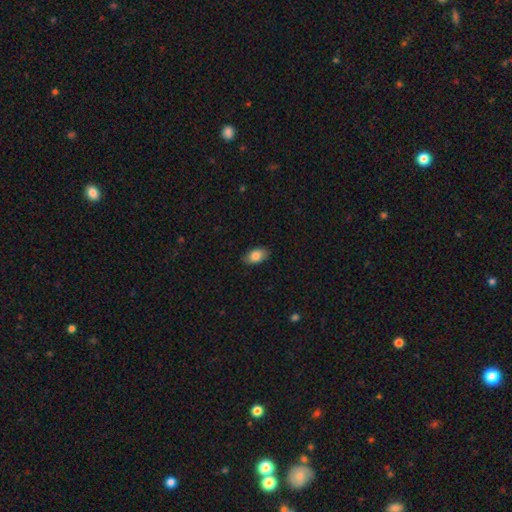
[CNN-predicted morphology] Smooth or featured? smooth (85%)
How rounded? in between (92%)
Merging? none (84%)